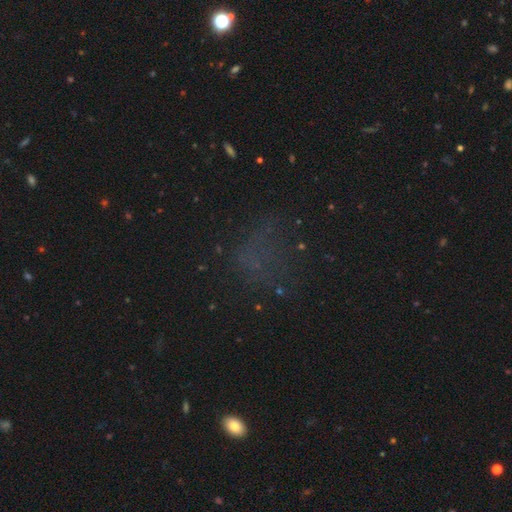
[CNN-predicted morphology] Smooth or featured?
  - star or artifact: 46% *
  - smooth: 35%
  - featured or disk: 19%